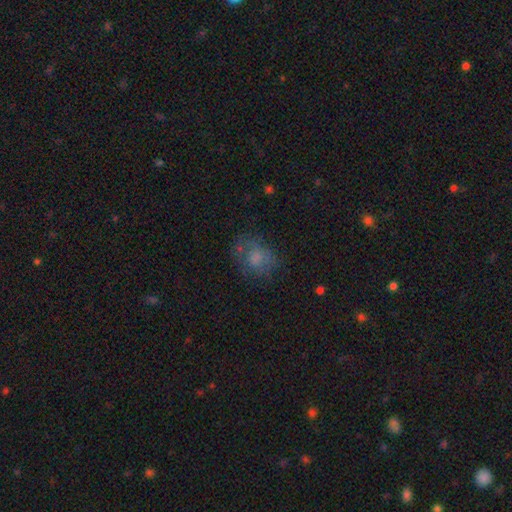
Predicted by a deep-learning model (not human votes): This is likely a smooth galaxy (61%). How rounded: possibly round (51%). Merging: possibly none (56%).